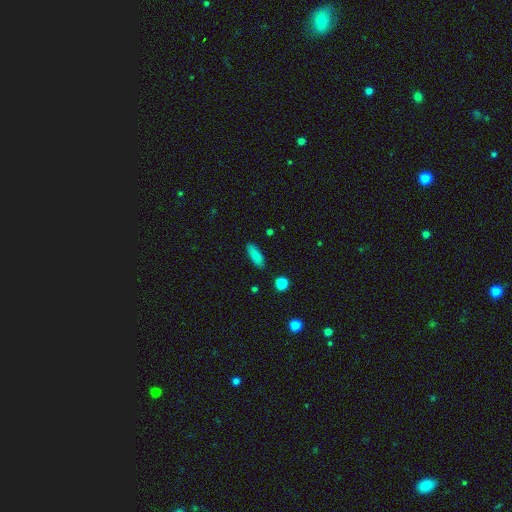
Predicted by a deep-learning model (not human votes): Smooth or featured: smooth — 84% (featured or disk — 9%)
How rounded: in between — 60% (cigar-shaped — 38%)
Merging: none — 86% (minor disturbance — 10%)